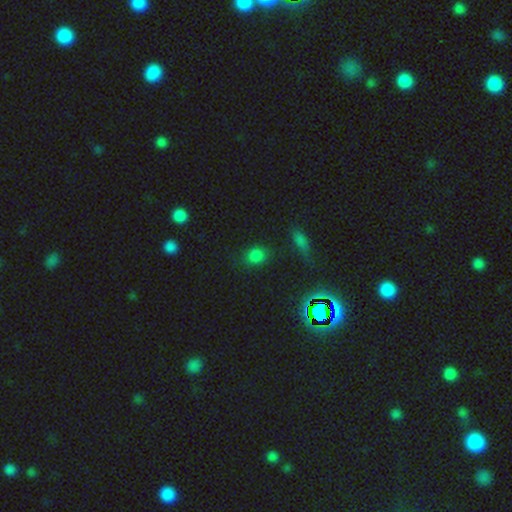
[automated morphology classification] The model was most divided on "how rounded": round: 62%, in between: 35%, cigar-shaped: 3%. More confident: merging — none (80%); smooth or featured — smooth (72%).